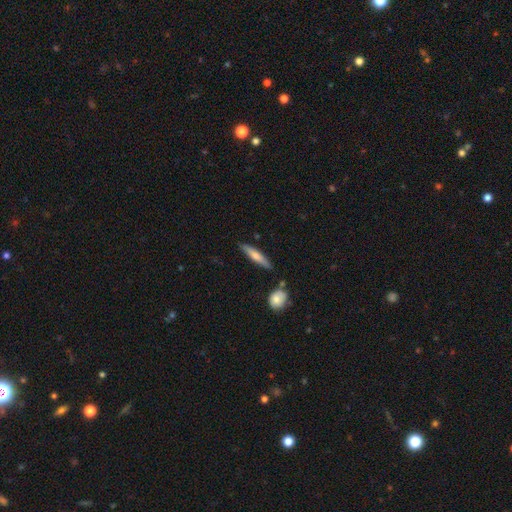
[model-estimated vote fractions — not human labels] A smooth galaxy with no disk features (59%) that is cigar-shaped (87%).

Vote fractions:
- Smooth or featured? smooth: 59% / featured or disk: 36% / star or artifact: 5%
- How rounded? cigar-shaped: 87% / in between: 11% / round: 2%
- Merging? none: 83% / minor disturbance: 11% / merger: 4% / major disturbance: 2%